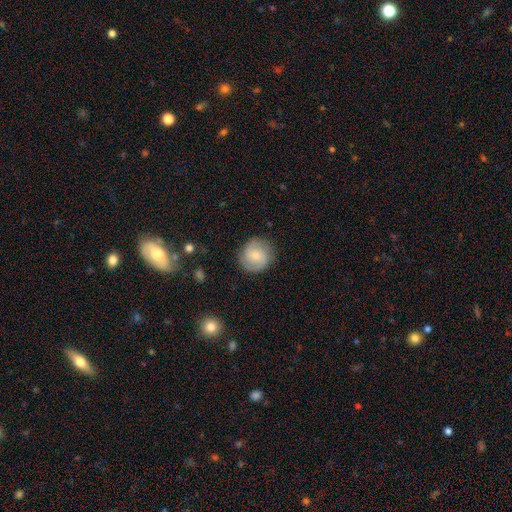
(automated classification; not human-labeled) smooth_or_featured: smooth (p=0.56) [alt: featured or disk p=0.37]
how_rounded: round (p=0.89) [alt: in between p=0.10]
merging: none (p=0.83) [alt: minor disturbance p=0.12]